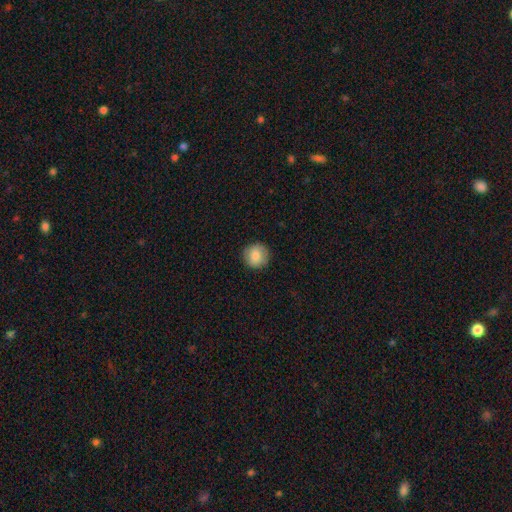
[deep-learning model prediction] Smooth or featured? smooth (83%)
How rounded? round (94%)
Merging? none (90%)